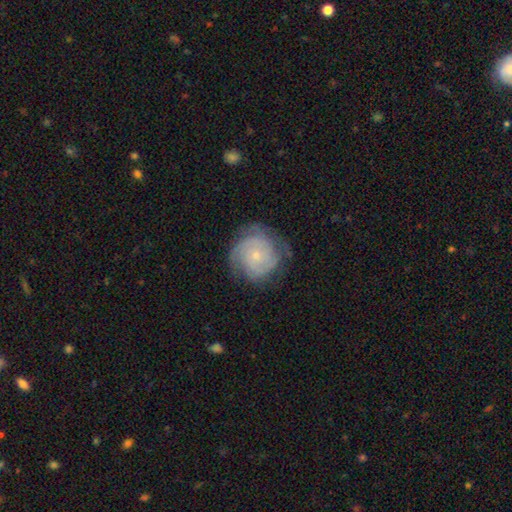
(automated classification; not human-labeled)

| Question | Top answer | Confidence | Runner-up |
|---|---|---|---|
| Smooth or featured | featured or disk | 72% | smooth (21%) |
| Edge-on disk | no | 98% | yes (2%) |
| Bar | no | 80% | weak (17%) |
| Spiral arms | yes | 91% | no (9%) |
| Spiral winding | tight | 67% | medium (26%) |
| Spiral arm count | can't tell | 32% | 2 (29%) |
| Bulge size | small | 75% | moderate (20%) |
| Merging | none | 69% | minor disturbance (21%) |